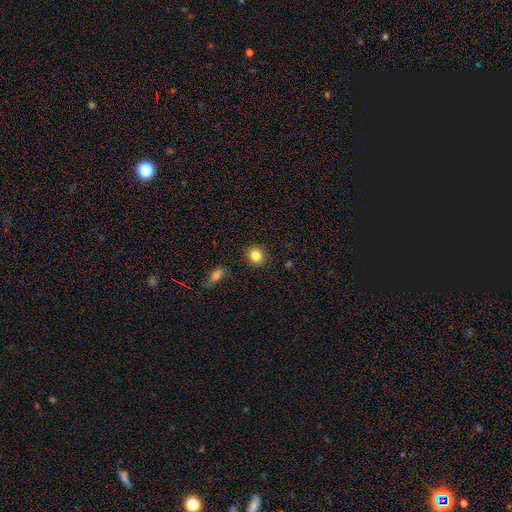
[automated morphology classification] type=smooth (84%); roundness=round (82%); merging=none (89%).